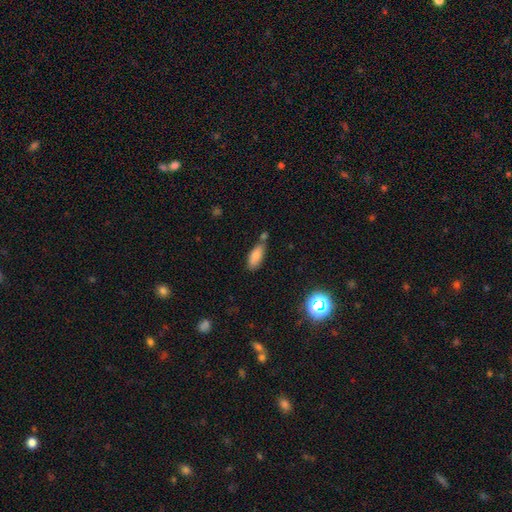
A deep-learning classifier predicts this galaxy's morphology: Smooth or featured: smooth — 82% (star or artifact — 9%)
How rounded: in between — 78% (cigar-shaped — 20%)
Merging: none — 53% (minor disturbance — 21%)